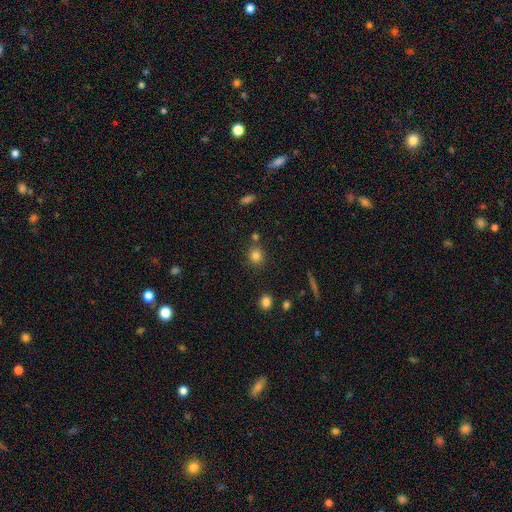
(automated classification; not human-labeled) A smooth galaxy with no disk features (81%) that is round (83%). Merging: none (74%).